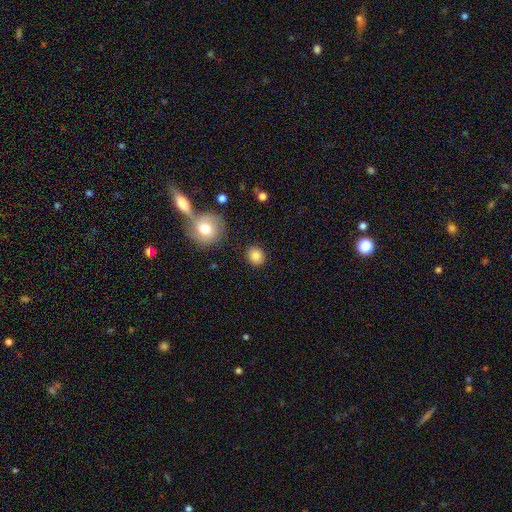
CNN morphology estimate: This is clearly a smooth galaxy (84%). How rounded: clearly round (80%). Merging: clearly none (87%).